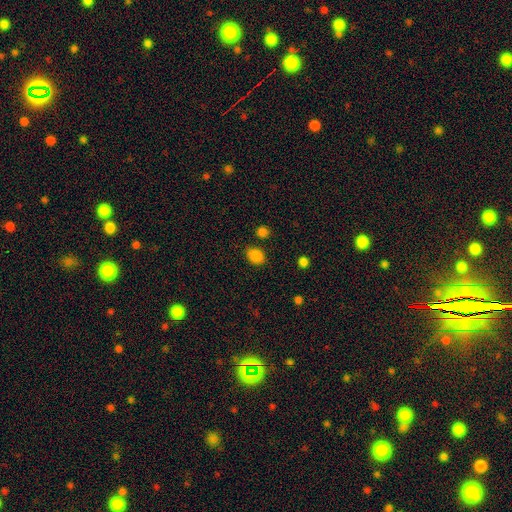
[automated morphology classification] Smooth or featured? smooth (85%)
How rounded? in between (63%)
Merging? none (80%)